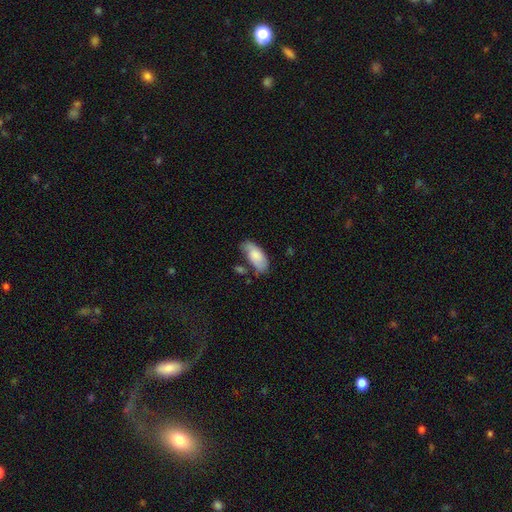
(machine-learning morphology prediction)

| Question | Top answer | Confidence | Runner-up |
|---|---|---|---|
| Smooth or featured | smooth | 79% | featured or disk (15%) |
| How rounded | in between | 90% | cigar-shaped (8%) |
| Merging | none | 52% | minor disturbance (30%) |